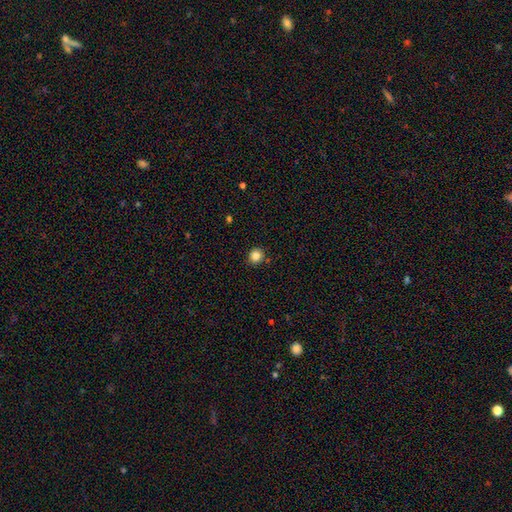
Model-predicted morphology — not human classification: The model was most divided on "smooth or featured": smooth: 85%, star or artifact: 11%, featured or disk: 4%. More confident: merging — none (89%); how rounded — round (88%).